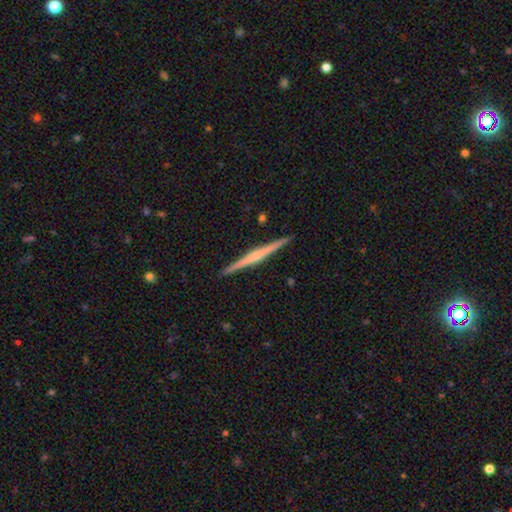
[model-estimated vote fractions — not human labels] Morphology: type=featured or disk (73%); edge-on=yes (99%); edge-on bulge=rounded (58%); merging=none (93%).